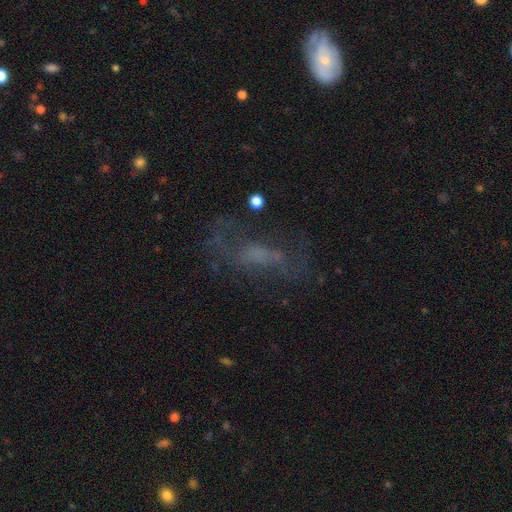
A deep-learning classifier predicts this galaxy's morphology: This appears to be a featured or disk galaxy (52%). Merging: none (53%).